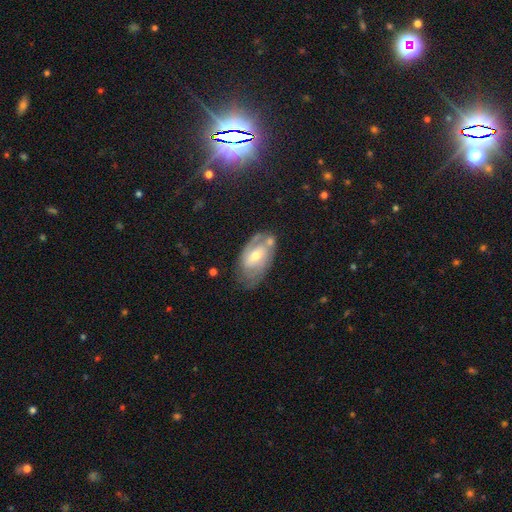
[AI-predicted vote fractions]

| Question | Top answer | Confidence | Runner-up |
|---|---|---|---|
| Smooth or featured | featured or disk | 66% | smooth (27%) |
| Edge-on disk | no | 93% | yes (7%) |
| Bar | weak | 47% | no (37%) |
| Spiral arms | yes | 78% | no (22%) |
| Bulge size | moderate | 59% | small (35%) |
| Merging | none | 54% | minor disturbance (24%) |